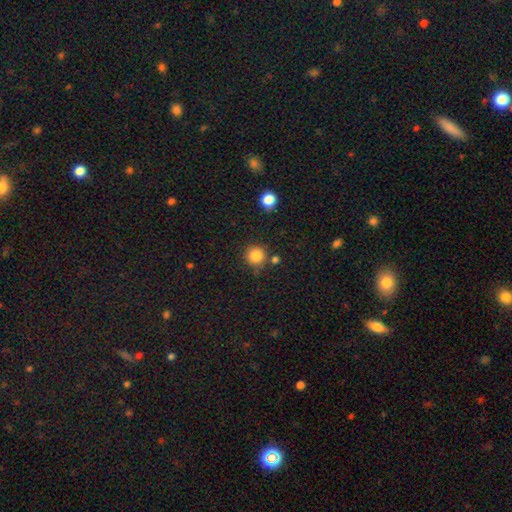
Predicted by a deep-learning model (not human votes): A smooth galaxy with no disk features (84%) that is round (94%).

Vote fractions:
- Smooth or featured? smooth: 84% / star or artifact: 11% / featured or disk: 5%
- How rounded? round: 94% / in between: 5% / cigar-shaped: 1%
- Merging? none: 77% / minor disturbance: 12% / merger: 7% / major disturbance: 4%